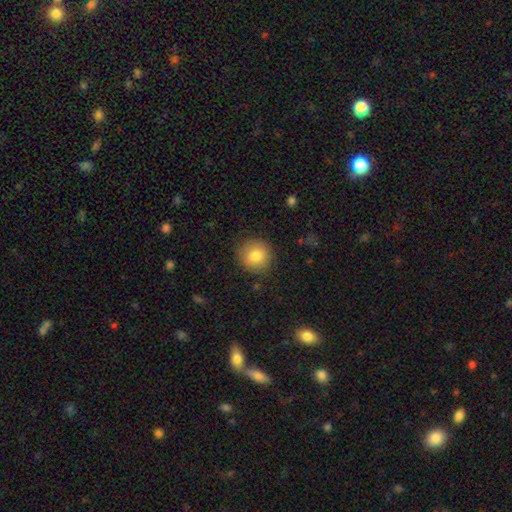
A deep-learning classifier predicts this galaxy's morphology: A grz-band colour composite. It shows a smooth galaxy with no disk features (83%) that is round (92%). Merging: none (86%).